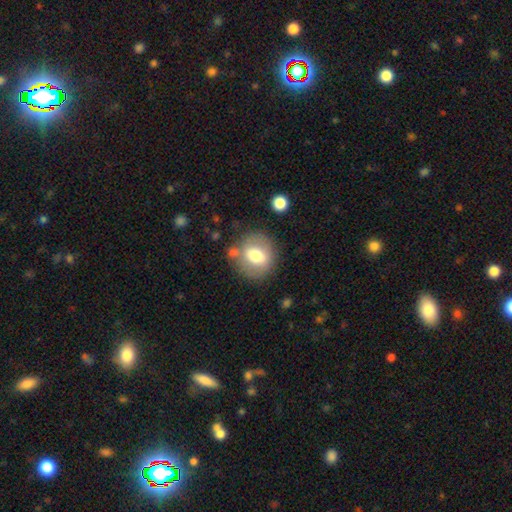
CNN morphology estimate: A smooth galaxy with no disk features (65%) that is round (73%). Merging: none (72%).